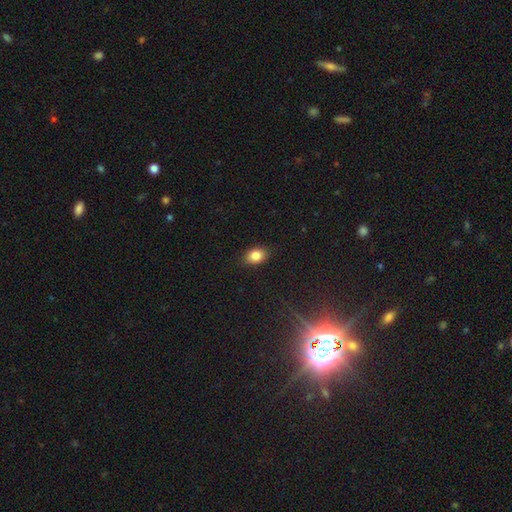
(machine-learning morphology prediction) type=smooth (84%); roundness=in between (77%); merging=none (87%).